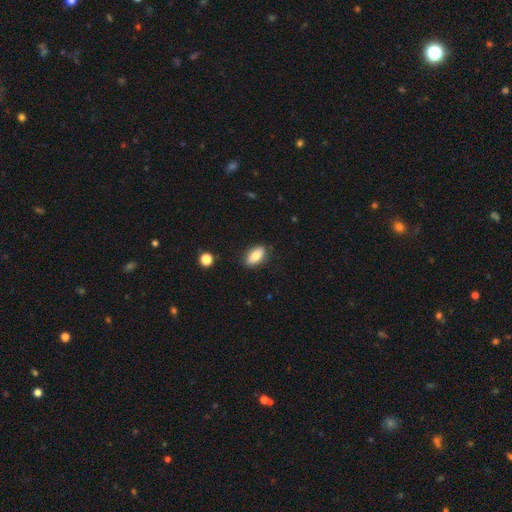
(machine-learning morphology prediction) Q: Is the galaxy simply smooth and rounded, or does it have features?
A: smooth — 82%.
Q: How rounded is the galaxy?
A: in between — 89%.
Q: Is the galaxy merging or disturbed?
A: none — 83%.